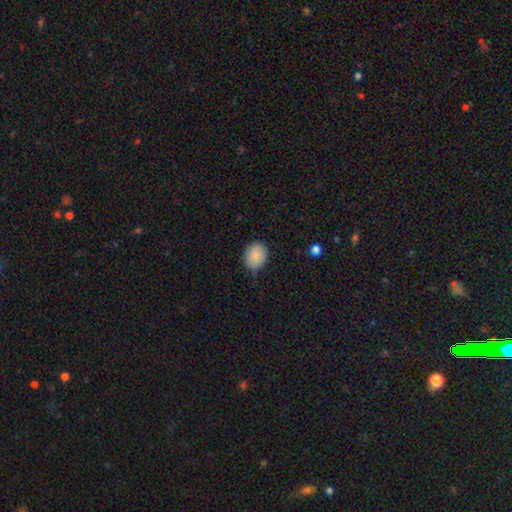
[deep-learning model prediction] smooth-or-featured: smooth: 86% | star or artifact: 8% | featured or disk: 6%
  how-rounded: round: 54% | in between: 45% | cigar-shaped: 1%
  merging: none: 79% | minor disturbance: 17% | major disturbance: 3% | merger: 1%